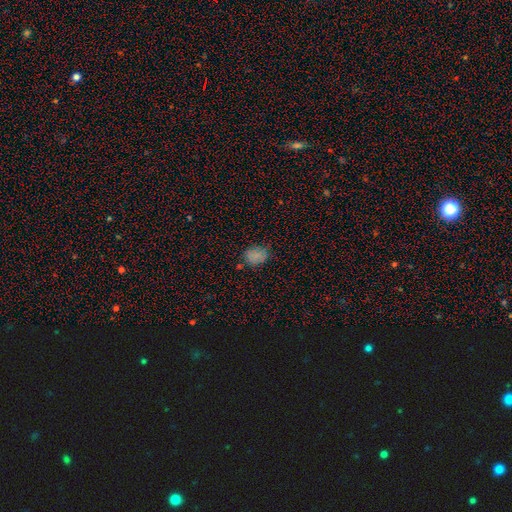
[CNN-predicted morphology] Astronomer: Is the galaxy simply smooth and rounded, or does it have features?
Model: smooth — 75%.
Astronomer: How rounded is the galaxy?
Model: in between — 50% (runner-up: round, 49%).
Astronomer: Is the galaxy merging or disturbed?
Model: none — 70%.